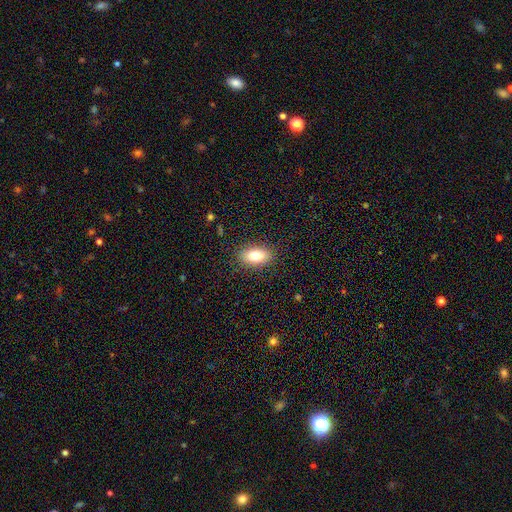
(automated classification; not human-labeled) Morphology: type=smooth (78%); roundness=in between (88%); merging=none (87%).